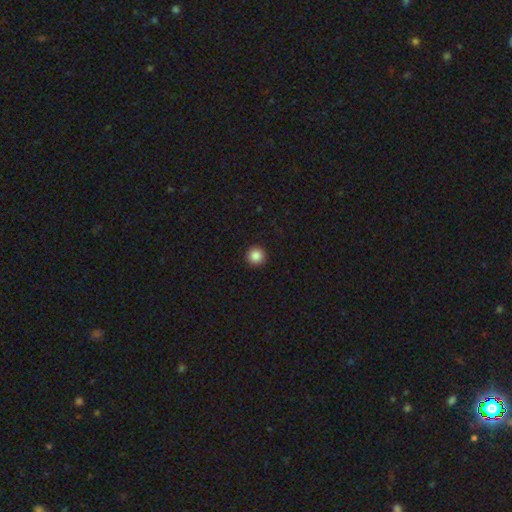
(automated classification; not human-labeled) Overall: smooth (86%). How rounded: round (96%). Merging: none (94%).